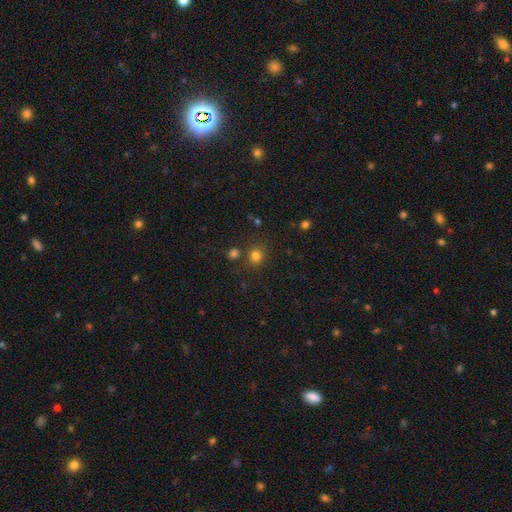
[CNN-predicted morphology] Overall: smooth (79%). How rounded: round (85%). Merging: none (79%).